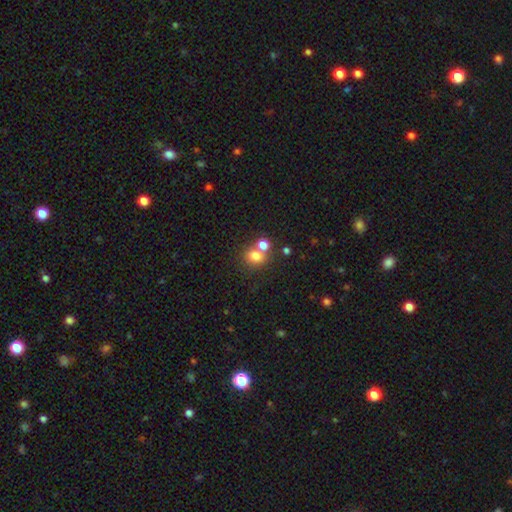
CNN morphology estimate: smooth 76%, star or artifact 14%, featured or disk 10%. Down the decision tree: how rounded — round (56%); merging — none (50%).